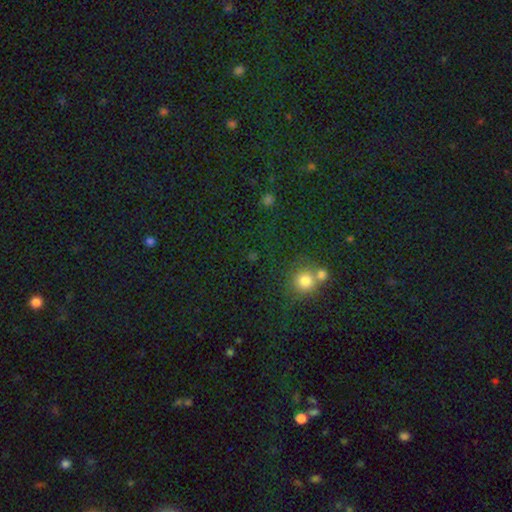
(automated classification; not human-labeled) The model was most divided on "smooth or featured": smooth: 50%, star or artifact: 43%, featured or disk: 7%. More confident: merging — none (73%).